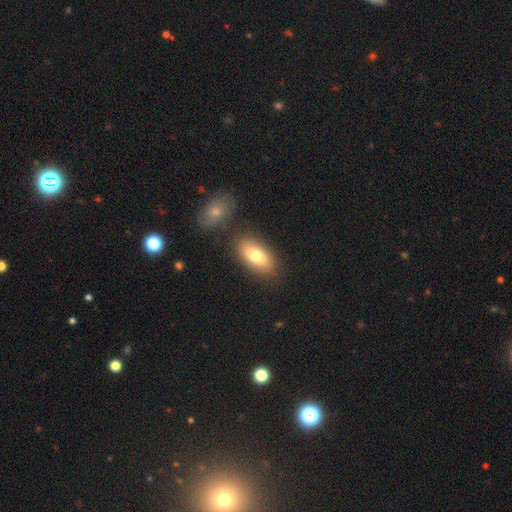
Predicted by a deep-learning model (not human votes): Overall: smooth (77%). How rounded: in between (90%). Merging: none (78%).